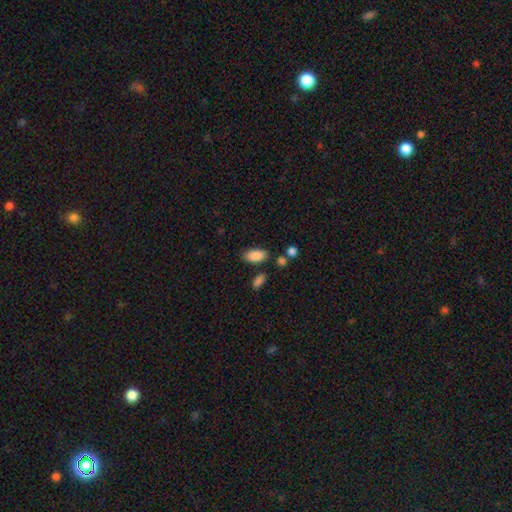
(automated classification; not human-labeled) A smooth galaxy with no disk features (88%) that is in between round and cigar-shaped (93%).

Vote fractions:
- Smooth or featured? smooth: 88% / star or artifact: 7% / featured or disk: 5%
- How rounded? in between: 93% / cigar-shaped: 4% / round: 3%
- Merging? none: 78% / minor disturbance: 12% / merger: 7% / major disturbance: 3%